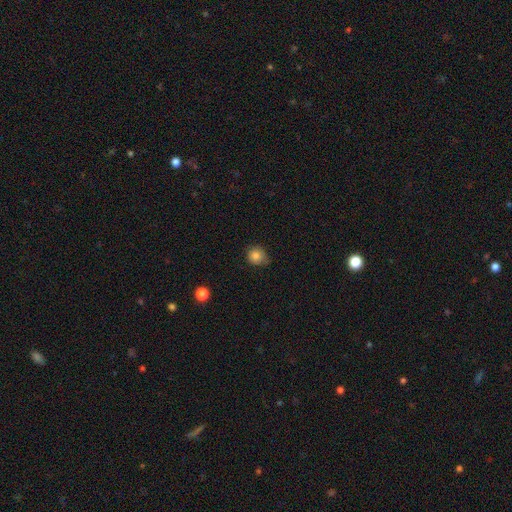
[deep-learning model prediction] Smooth or featured? Predicted: smooth (p=0.82). How rounded? Predicted: round (p=0.82). Merging? Predicted: none (p=0.66).